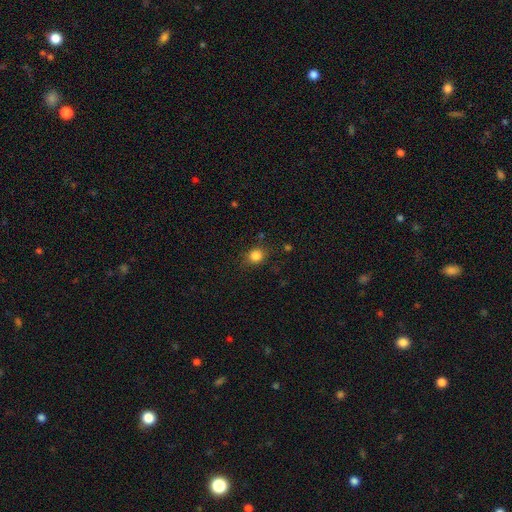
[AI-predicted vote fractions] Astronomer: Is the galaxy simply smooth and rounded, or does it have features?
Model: smooth — 83%.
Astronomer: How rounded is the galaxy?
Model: round — 74%.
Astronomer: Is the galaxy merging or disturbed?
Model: none — 81%.